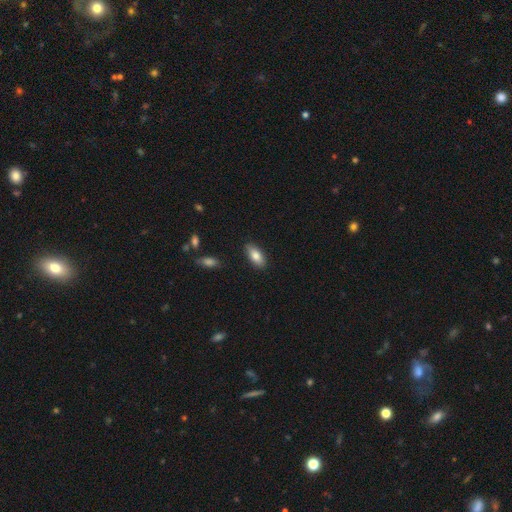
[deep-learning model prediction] The model was most divided on "smooth or featured": smooth: 82%, featured or disk: 11%, star or artifact: 7%. More confident: how rounded — in between (87%); merging — none (87%).